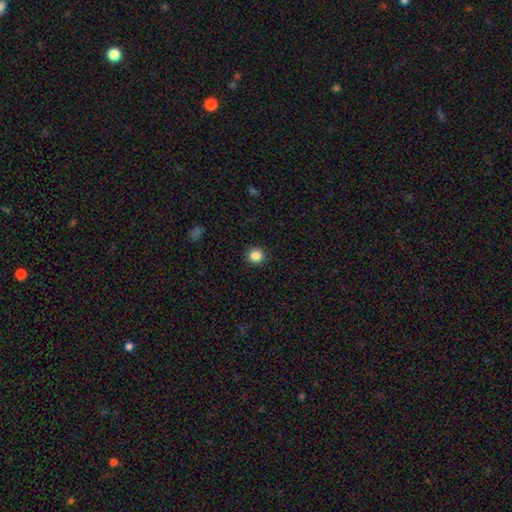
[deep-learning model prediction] smooth_or_featured: smooth (p=0.85) [alt: star or artifact p=0.11]
how_rounded: round (p=0.93) [alt: in between p=0.06]
merging: none (p=0.92) [alt: minor disturbance p=0.05]